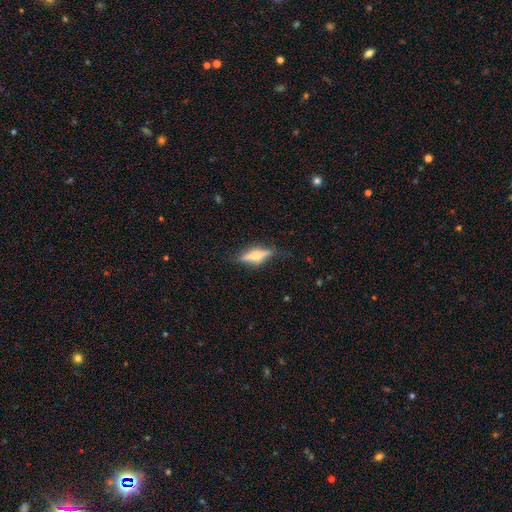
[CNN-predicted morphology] Q: Smooth or featured?
A: featured or disk (57%); runner-up: smooth (35%)
Q: Edge-on disk?
A: yes (93%); runner-up: no (7%)
Q: Edge-on bulge?
A: rounded (80%); runner-up: boxy (11%)
Q: Merging?
A: none (80%); runner-up: minor disturbance (14%)